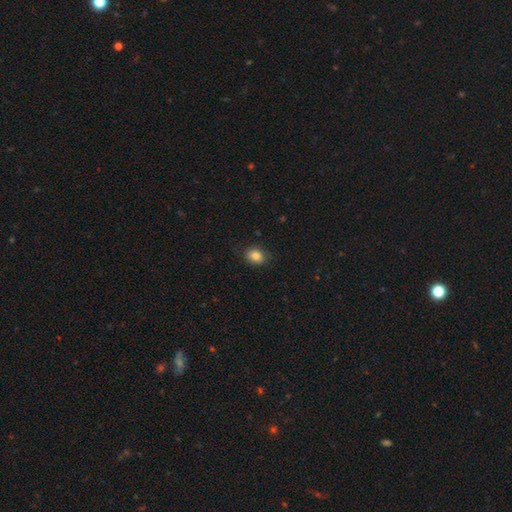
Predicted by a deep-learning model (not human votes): smooth 84%, star or artifact 9%, featured or disk 7%. Down the decision tree: how rounded — round (51%); merging — none (82%).